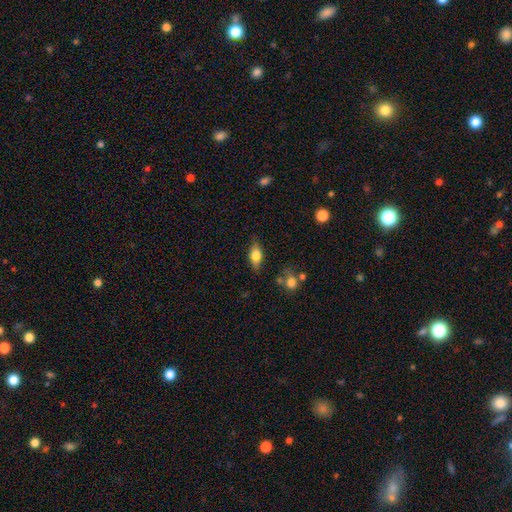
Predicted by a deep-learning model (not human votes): A smooth galaxy with no disk features (70%) that is in between round and cigar-shaped (81%). Merging: none (71%).